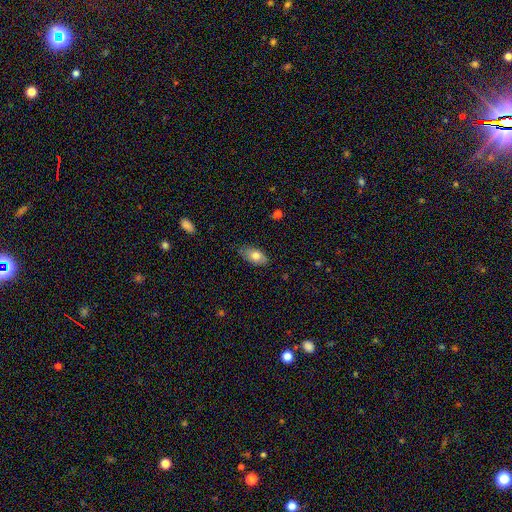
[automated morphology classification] The model was most divided on "smooth or featured": smooth: 76%, featured or disk: 17%, star or artifact: 7%. More confident: how rounded — in between (91%); merging — none (78%).